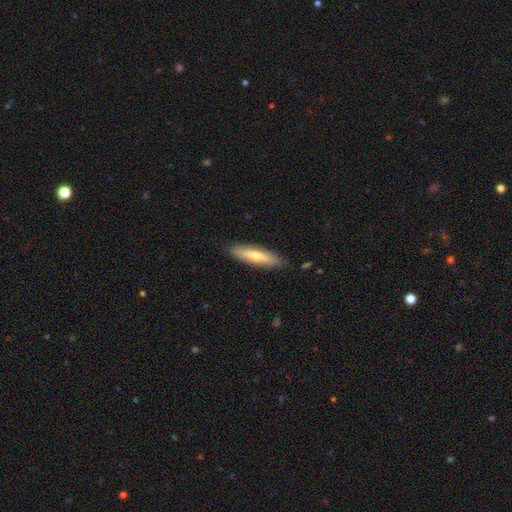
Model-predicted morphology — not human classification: Smooth or featured: smooth — 64% (featured or disk — 30%)
How rounded: cigar-shaped — 71% (in between — 27%)
Merging: none — 84% (minor disturbance — 12%)